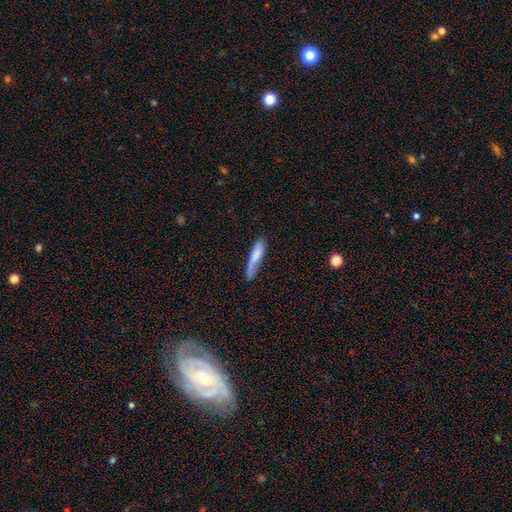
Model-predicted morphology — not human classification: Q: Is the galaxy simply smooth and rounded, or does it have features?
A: smooth — 75%.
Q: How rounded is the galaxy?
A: cigar-shaped — 76%.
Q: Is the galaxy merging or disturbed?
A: none — 54%.